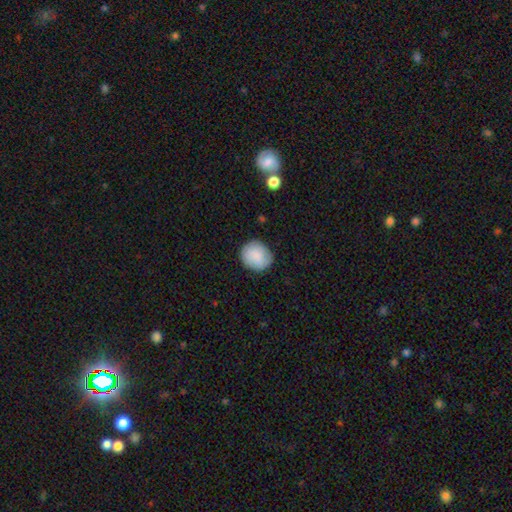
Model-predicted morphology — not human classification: smooth-or-featured: smooth: 83% | featured or disk: 11% | star or artifact: 6%
  how-rounded: round: 82% | in between: 17% | cigar-shaped: 1%
  merging: none: 81% | minor disturbance: 14% | major disturbance: 3% | merger: 1%